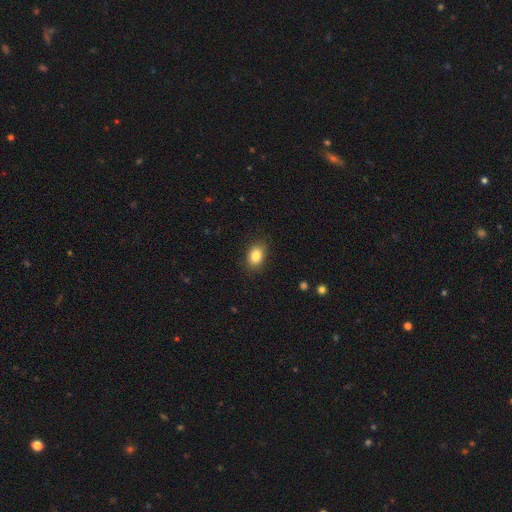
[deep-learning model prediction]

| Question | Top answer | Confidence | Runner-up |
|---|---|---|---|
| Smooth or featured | smooth | 85% | star or artifact (9%) |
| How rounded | in between | 79% | round (20%) |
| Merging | none | 87% | minor disturbance (10%) |